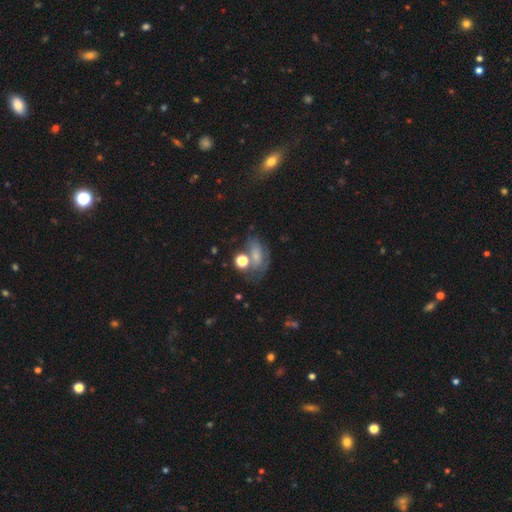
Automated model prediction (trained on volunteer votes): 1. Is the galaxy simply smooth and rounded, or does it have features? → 50% smooth, 33% featured or disk, 18% star or artifact.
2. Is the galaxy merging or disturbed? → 41% none, 22% minor disturbance, 19% major disturbance, 18% merger.